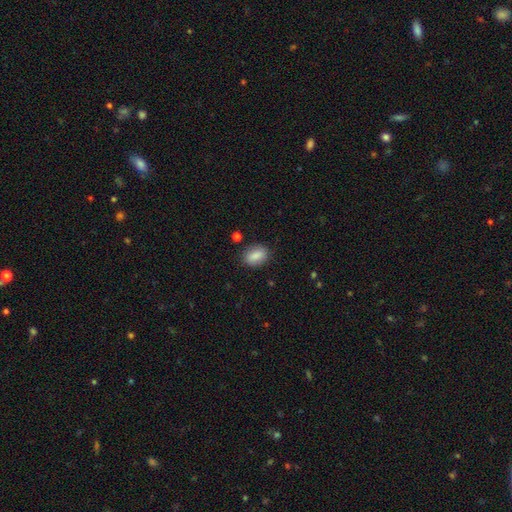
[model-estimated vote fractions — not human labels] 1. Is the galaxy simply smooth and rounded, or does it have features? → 87% smooth, 7% star or artifact, 6% featured or disk.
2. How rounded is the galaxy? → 81% in between, 17% round, 2% cigar-shaped.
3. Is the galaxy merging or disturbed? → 84% none, 11% minor disturbance, 3% major disturbance, 2% merger.